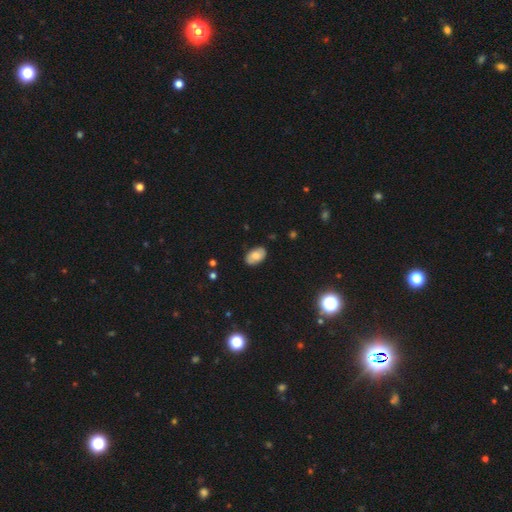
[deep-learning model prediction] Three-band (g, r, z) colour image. It shows a smooth galaxy with no disk features (73%) that is in between round and cigar-shaped (93%). Merging: none (84%).